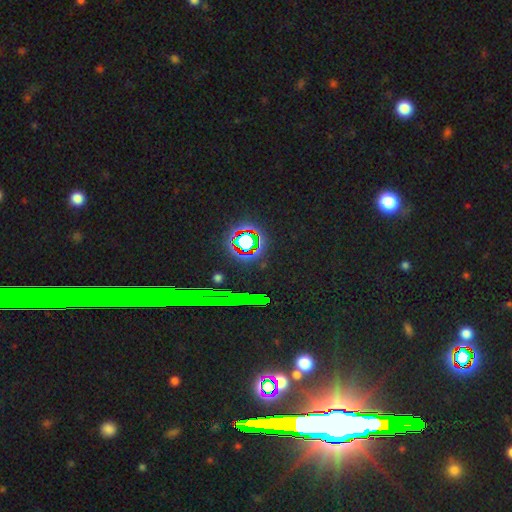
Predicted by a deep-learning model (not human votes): This appears to be a star or artifact, not a galaxy (80%).